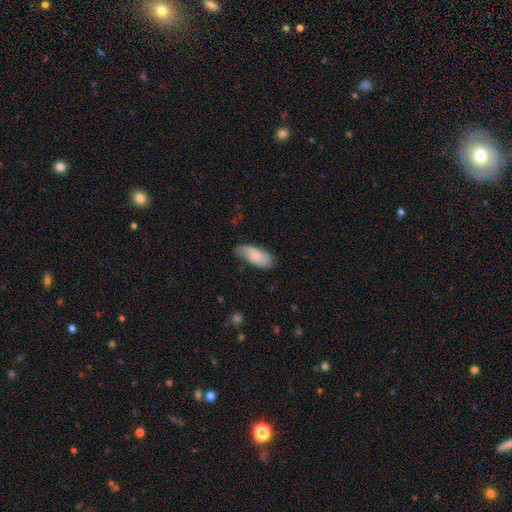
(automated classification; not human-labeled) The model was most divided on "merging": none: 60%, minor disturbance: 31%, major disturbance: 8%, merger: 2%. More confident: how rounded — in between (88%); smooth or featured — smooth (72%).